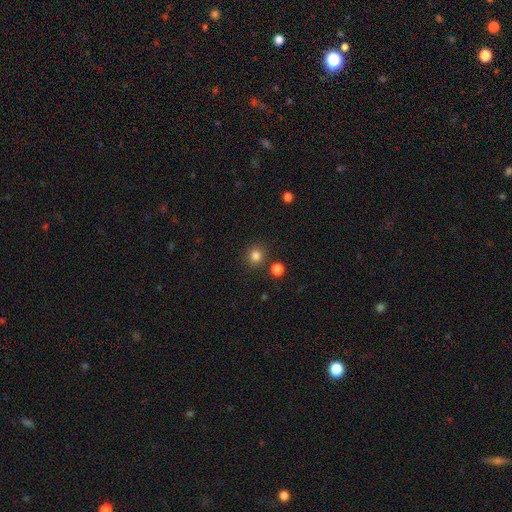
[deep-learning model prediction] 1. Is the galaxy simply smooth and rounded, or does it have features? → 82% smooth, 13% star or artifact, 4% featured or disk.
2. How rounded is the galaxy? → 89% round, 10% in between, 1% cigar-shaped.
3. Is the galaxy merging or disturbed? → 85% none, 7% minor disturbance, 6% merger, 2% major disturbance.